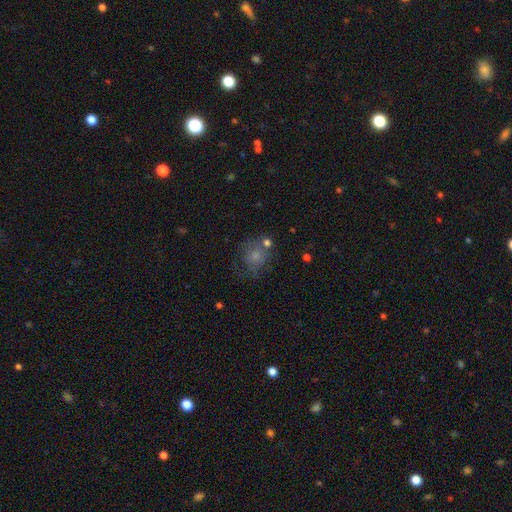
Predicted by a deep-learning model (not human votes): A smooth galaxy with no disk features (65%) that is round (73%). Merging: none (48%).